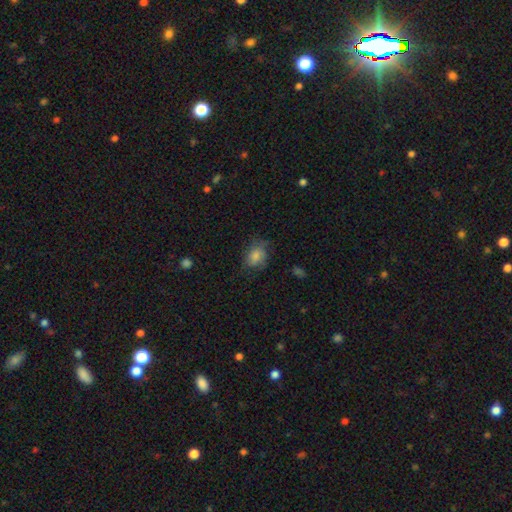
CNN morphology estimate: The model was most divided on "how rounded": in between: 54%, round: 45%, cigar-shaped: 1%. More confident: smooth or featured — smooth (69%); merging — none (63%).